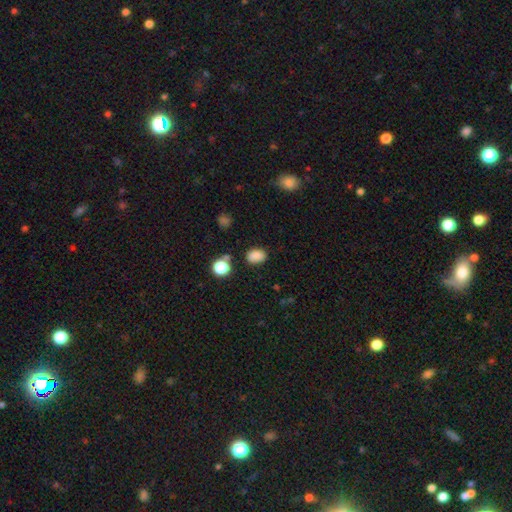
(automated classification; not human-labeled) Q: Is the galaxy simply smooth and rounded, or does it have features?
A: smooth — 84%.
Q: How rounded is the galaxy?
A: in between — 75%.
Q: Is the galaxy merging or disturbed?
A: none — 80%.